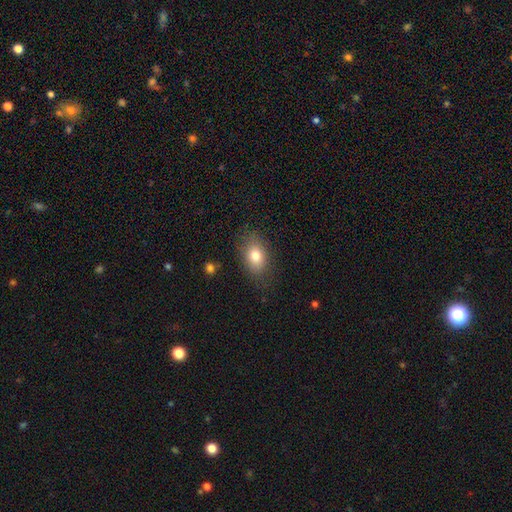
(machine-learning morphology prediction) type=smooth (80%); roundness=in between (82%); merging=none (80%).